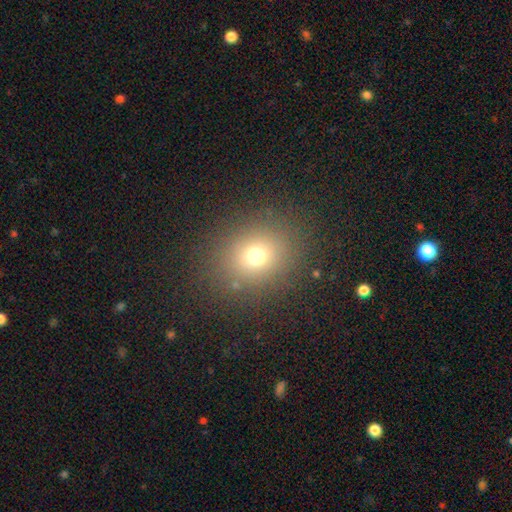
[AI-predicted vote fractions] The model was most divided on "how rounded": round: 69%, in between: 30%, cigar-shaped: 1%. More confident: merging — none (85%); smooth or featured — smooth (70%).